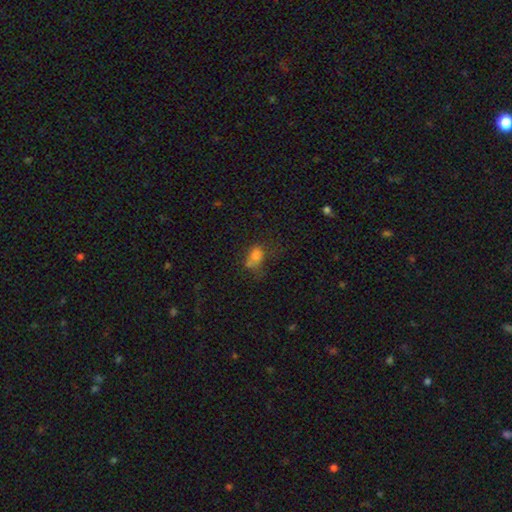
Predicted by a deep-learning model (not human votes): Smooth or featured? smooth (71%)
How rounded? in between (61%)
Merging? none (32%)